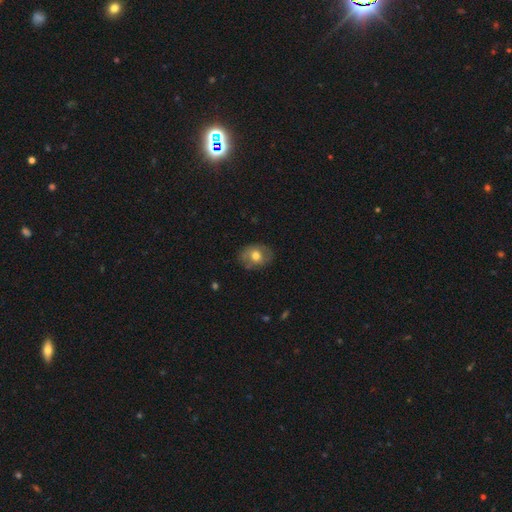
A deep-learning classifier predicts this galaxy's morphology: Smooth or featured? Predicted: smooth (p=0.60). How rounded? Predicted: in between (p=0.54). Merging? Predicted: none (p=0.78).